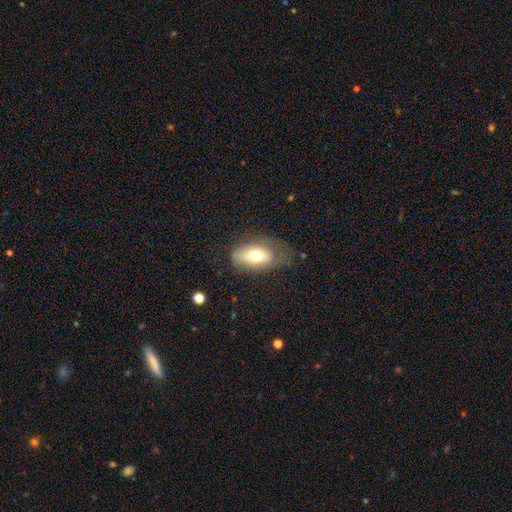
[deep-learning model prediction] This appears to be a smooth galaxy with no disk features (67%) that is in between round and cigar-shaped (89%). Merging: none (48%).